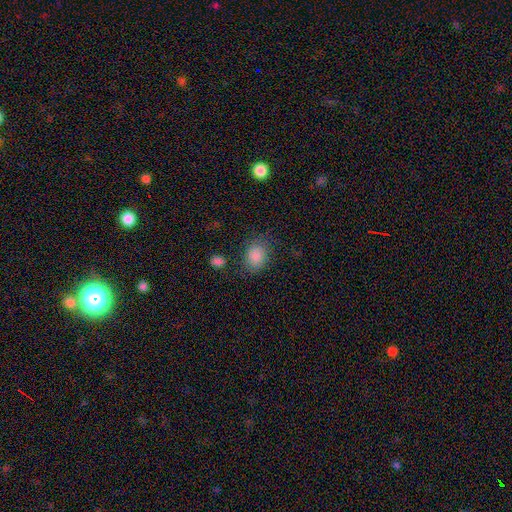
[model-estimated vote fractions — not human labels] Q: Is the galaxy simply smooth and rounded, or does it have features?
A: smooth — 85%.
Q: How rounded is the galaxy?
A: in between — 56%.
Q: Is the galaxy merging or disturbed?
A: none — 73%.